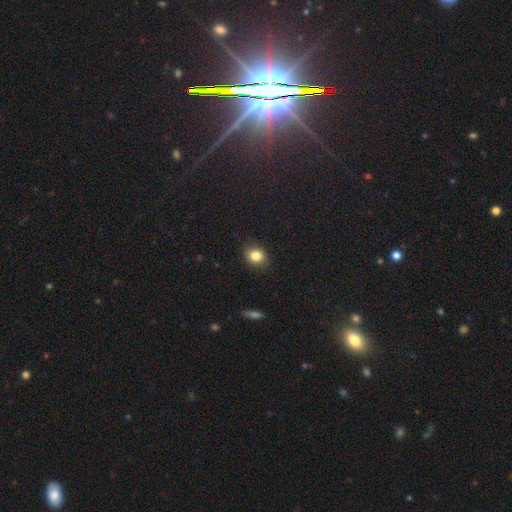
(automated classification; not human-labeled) Smooth or featured?
  - smooth: 82% *
  - star or artifact: 10%
  - featured or disk: 7%
How rounded?
  - round: 55% *
  - in between: 44%
  - cigar-shaped: 1%
Merging?
  - none: 85% *
  - minor disturbance: 11%
  - major disturbance: 2%
  - merger: 1%